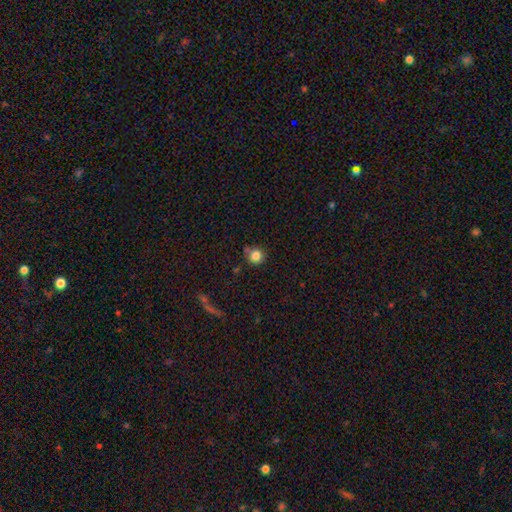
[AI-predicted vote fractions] Overall: smooth (83%). How rounded: round (91%). Merging: none (75%).